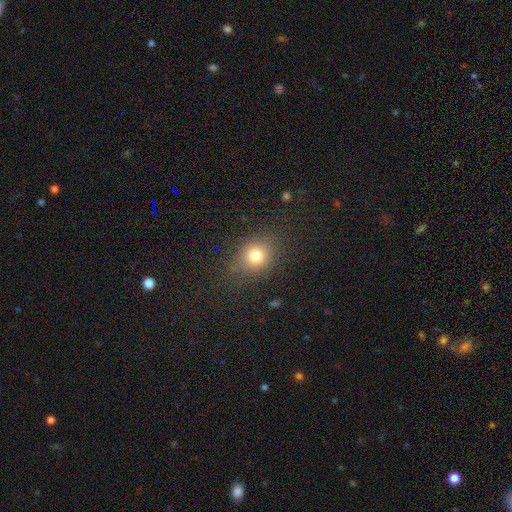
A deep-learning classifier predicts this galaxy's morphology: This is likely a smooth galaxy (78%). How rounded: likely round (65%). Merging: clearly none (80%).